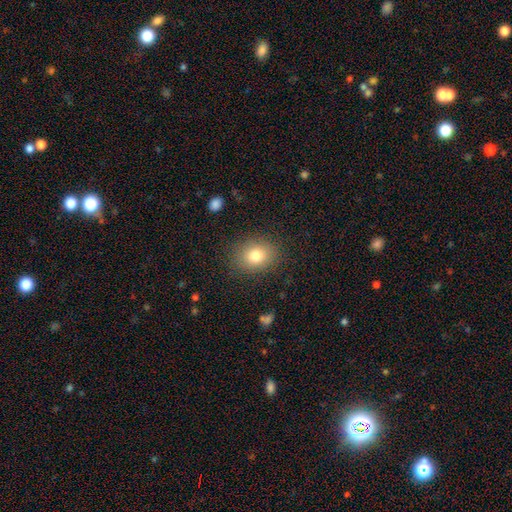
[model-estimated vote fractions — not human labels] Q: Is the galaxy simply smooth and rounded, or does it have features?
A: smooth — 79%.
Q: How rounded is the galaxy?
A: round — 51%.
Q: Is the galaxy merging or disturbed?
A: none — 85%.